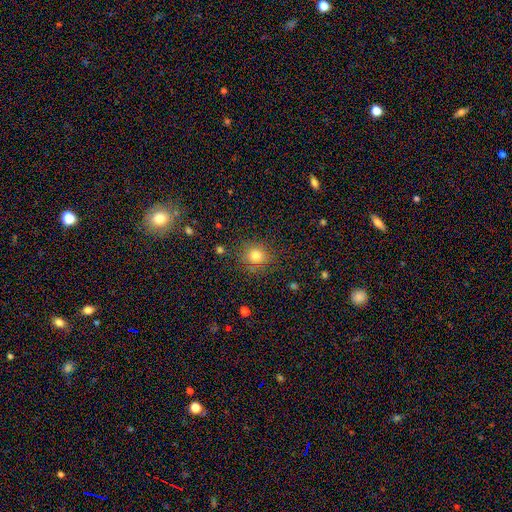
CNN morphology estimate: Smooth or featured?
  - smooth: 80% *
  - star or artifact: 13%
  - featured or disk: 6%
How rounded?
  - round: 82% *
  - in between: 17%
  - cigar-shaped: 1%
Merging?
  - none: 81% *
  - minor disturbance: 12%
  - major disturbance: 4%
  - merger: 3%